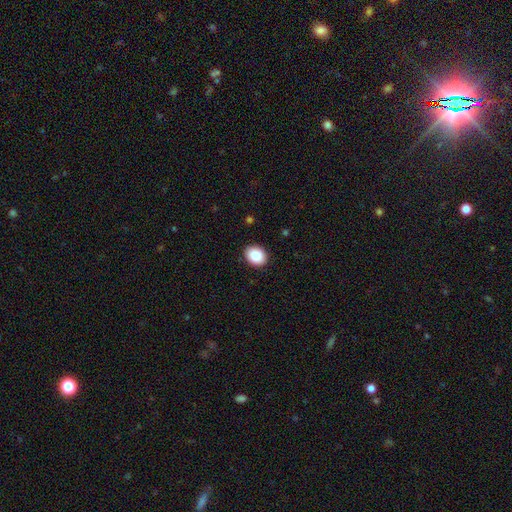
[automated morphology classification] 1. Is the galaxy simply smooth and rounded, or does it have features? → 87% smooth, 8% star or artifact, 5% featured or disk.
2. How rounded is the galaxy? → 55% in between, 44% round, 1% cigar-shaped.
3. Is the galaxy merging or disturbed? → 90% none, 7% minor disturbance, 2% major disturbance, 1% merger.